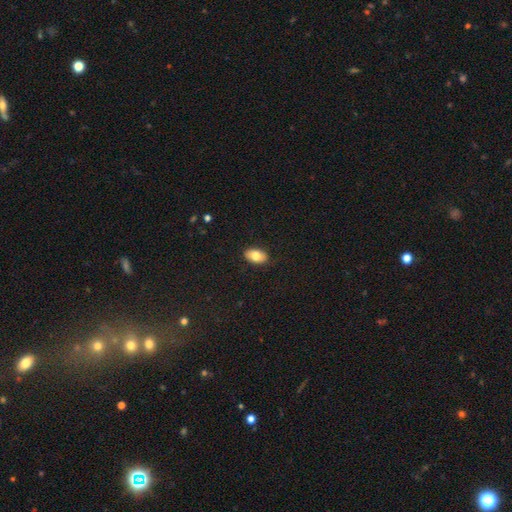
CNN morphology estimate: This appears to be a smooth galaxy with no disk features (79%) that is in between round and cigar-shaped (91%). Merging: none (87%).